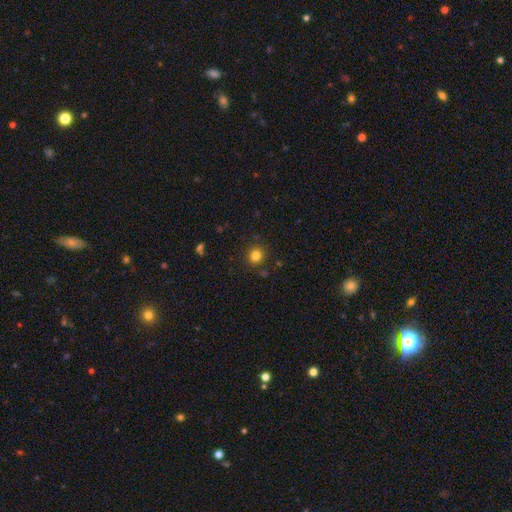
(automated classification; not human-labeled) A smooth galaxy with no disk features (81%) that is round (86%). Merging: none (88%).